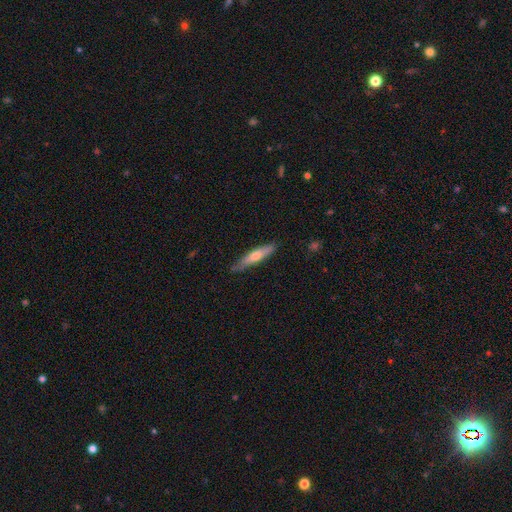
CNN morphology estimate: A smooth galaxy with no disk features (51%) that is cigar-shaped (87%). Merging: none (81%).